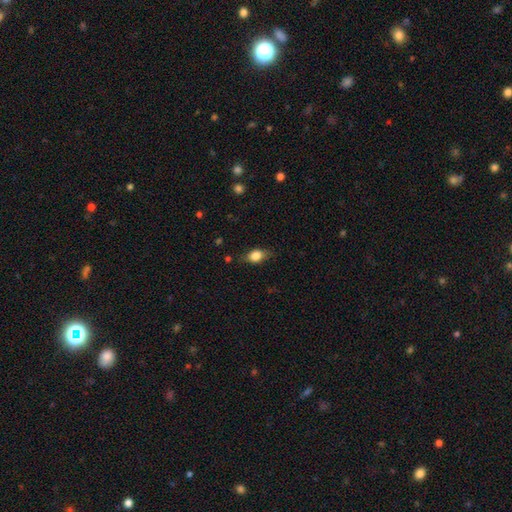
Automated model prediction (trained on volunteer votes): A smooth galaxy with no disk features (75%) that is in between round and cigar-shaped (75%). Merging: none (73%).